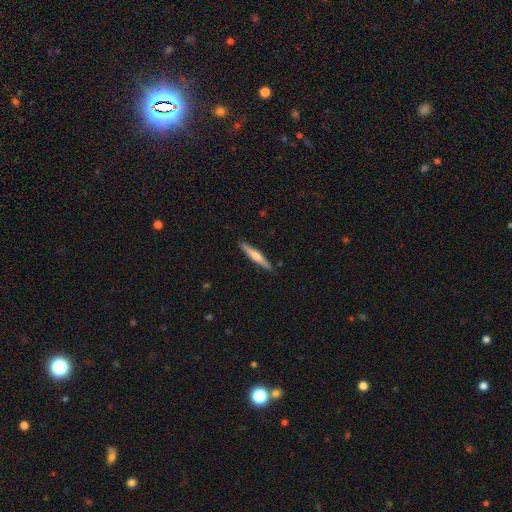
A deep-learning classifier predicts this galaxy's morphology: Overall: featured or disk (51%; smooth 43%). Edge-on disk: yes (97%). Merging: none (89%).